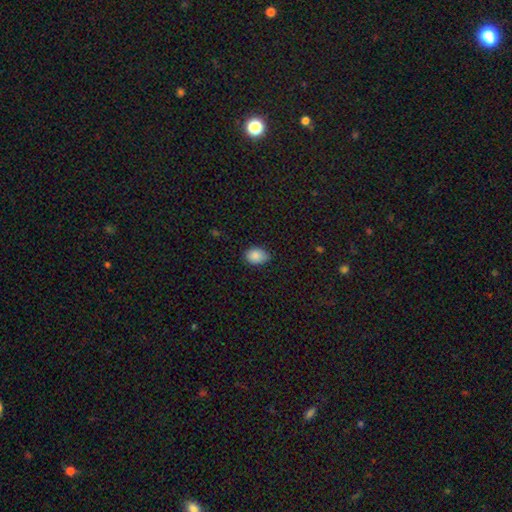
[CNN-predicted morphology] Smooth or featured: smooth — 88% (star or artifact — 8%)
How rounded: in between — 77% (round — 22%)
Merging: none — 81% (minor disturbance — 16%)